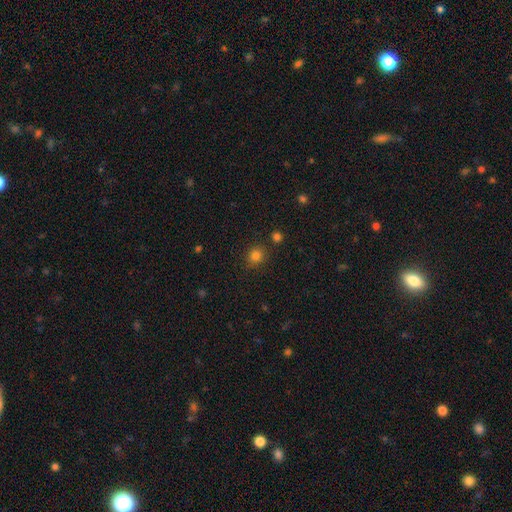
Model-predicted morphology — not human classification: smooth 81%, star or artifact 14%, featured or disk 5%. Down the decision tree: how rounded — round (85%); merging — none (83%).